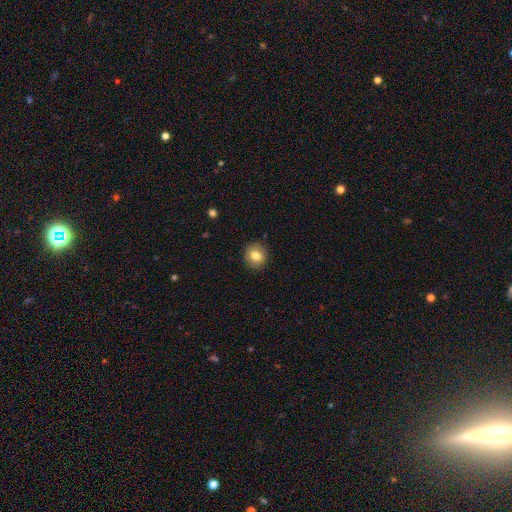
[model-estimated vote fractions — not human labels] The model was most divided on "how rounded": round: 80%, in between: 19%, cigar-shaped: 1%. More confident: merging — none (89%); smooth or featured — smooth (79%).